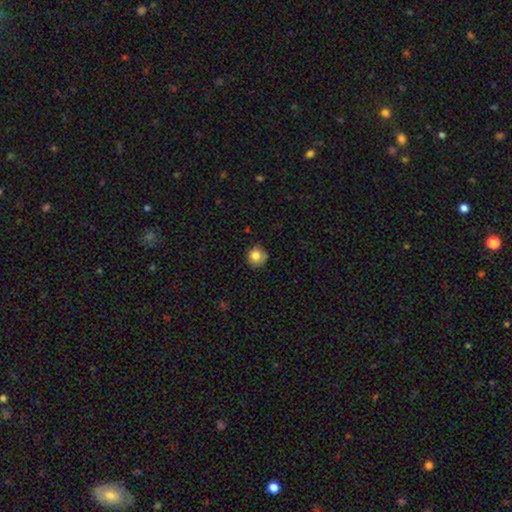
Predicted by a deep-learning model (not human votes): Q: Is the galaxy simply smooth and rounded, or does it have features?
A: smooth — 82%.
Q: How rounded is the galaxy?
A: round — 91%.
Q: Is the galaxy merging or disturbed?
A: none — 78%.